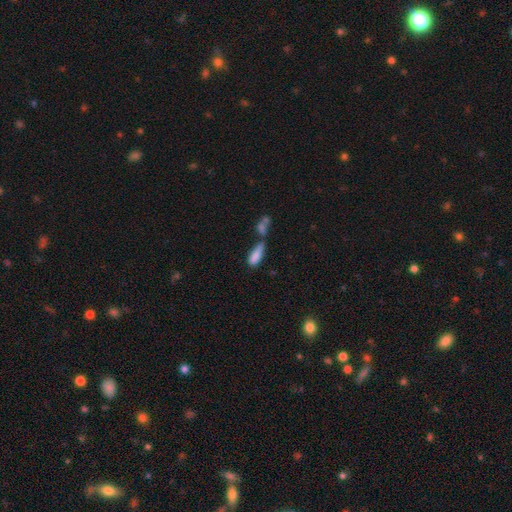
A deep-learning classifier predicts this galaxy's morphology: Overall: smooth (81%). How rounded: in between (63%; cigar-shaped 34%). Merging: merger (47%; none 27%).